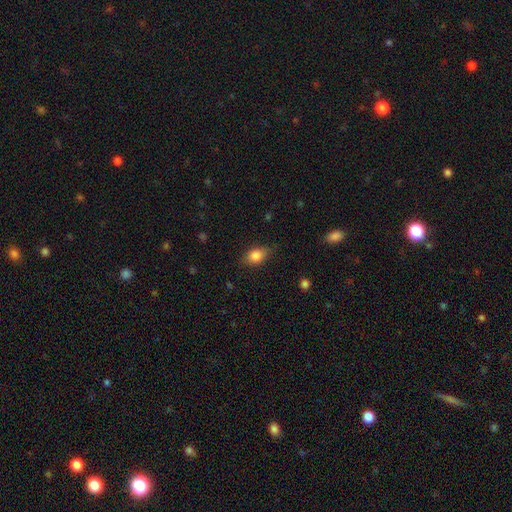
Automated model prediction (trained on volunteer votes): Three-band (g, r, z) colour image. It shows a smooth galaxy with no disk features (83%) that is in between round and cigar-shaped (76%). Merging: none (77%).